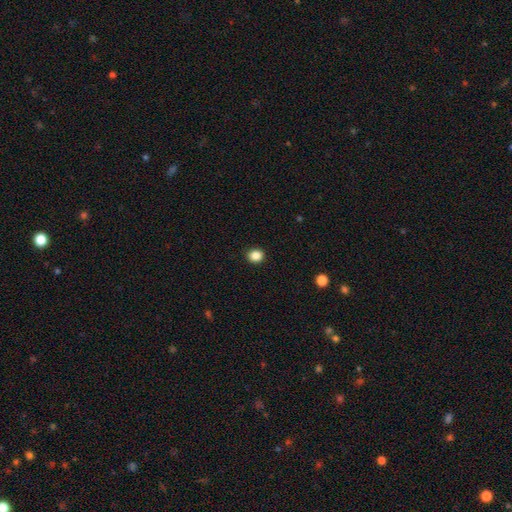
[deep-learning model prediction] smooth 87%, star or artifact 10%, featured or disk 3%. Down the decision tree: how rounded — round (75%); merging — none (92%).